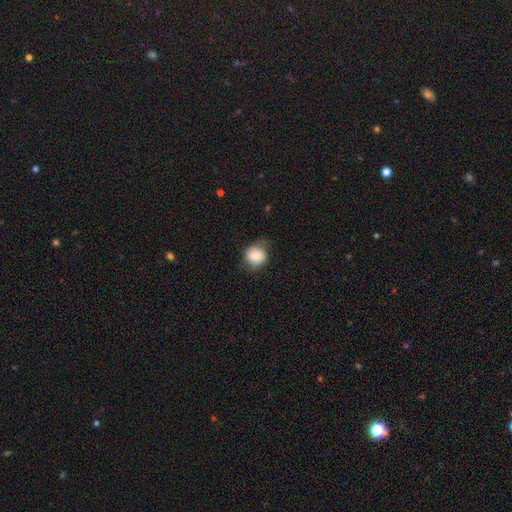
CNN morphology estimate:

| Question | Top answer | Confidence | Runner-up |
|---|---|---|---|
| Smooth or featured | smooth | 80% | featured or disk (11%) |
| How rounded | round | 78% | in between (21%) |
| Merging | none | 61% | minor disturbance (29%) |